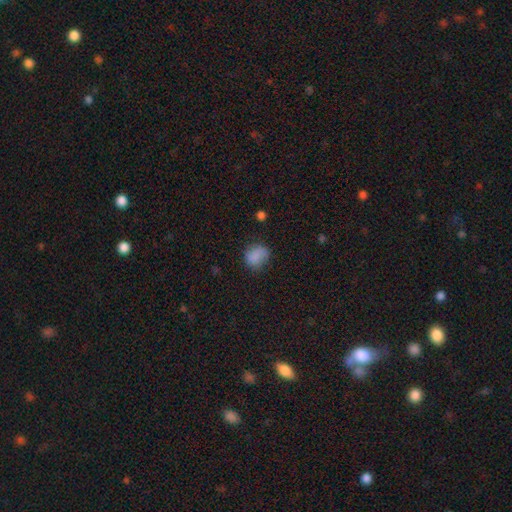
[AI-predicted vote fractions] Morphology: type=smooth (83%); roundness=round (50%); merging=none (68%).